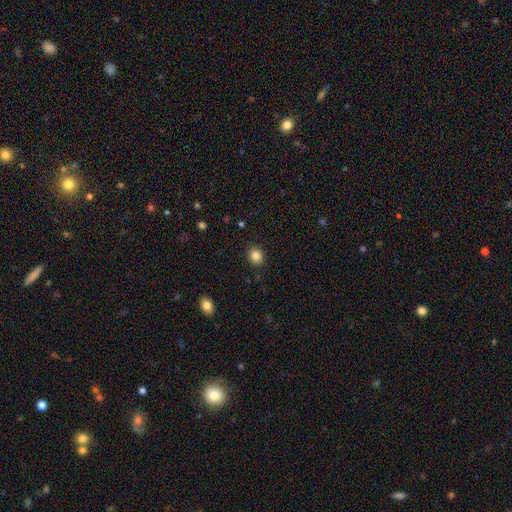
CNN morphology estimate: type=smooth (84%); roundness=round (72%); merging=none (88%).